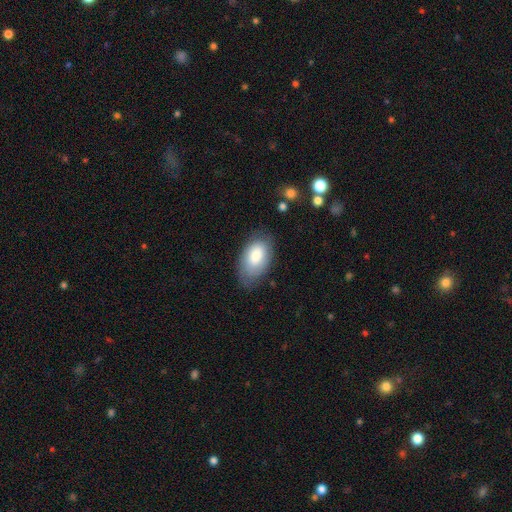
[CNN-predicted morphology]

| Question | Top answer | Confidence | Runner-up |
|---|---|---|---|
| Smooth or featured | smooth | 78% | featured or disk (16%) |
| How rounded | in between | 94% | round (4%) |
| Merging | none | 71% | minor disturbance (22%) |